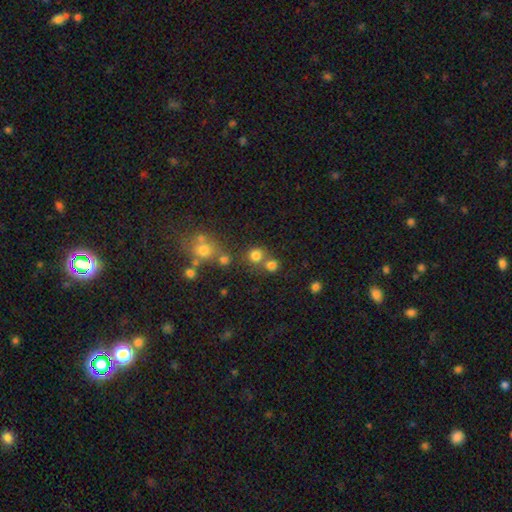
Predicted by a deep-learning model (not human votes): Overall: smooth (76%). How rounded: round (90%). Merging: none (63%; merger 25%).